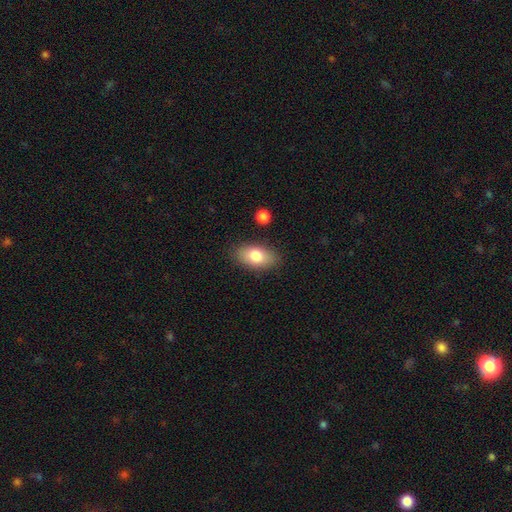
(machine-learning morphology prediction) type=smooth (79%); roundness=in between (91%); merging=none (84%).